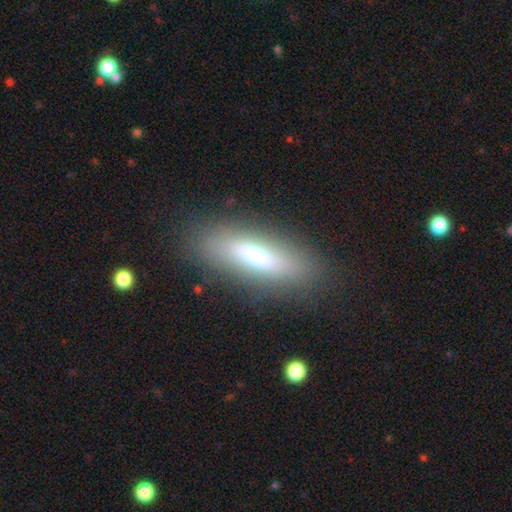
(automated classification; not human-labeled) smooth_or_featured: smooth (p=0.68) [alt: featured or disk p=0.23]
how_rounded: in between (p=0.52) [alt: cigar-shaped p=0.46]
merging: none (p=0.82) [alt: minor disturbance p=0.11]